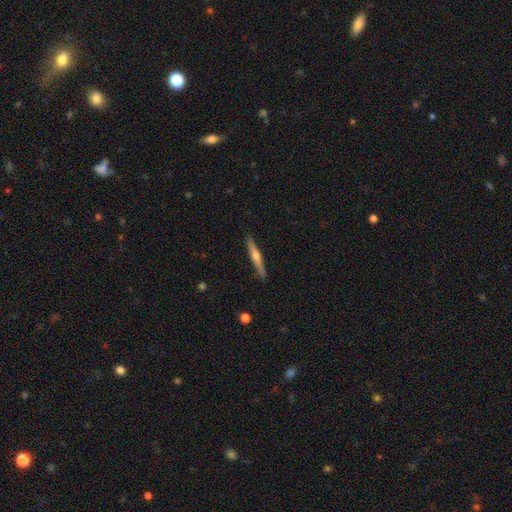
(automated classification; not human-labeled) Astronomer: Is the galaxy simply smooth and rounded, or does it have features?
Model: featured or disk — 64%.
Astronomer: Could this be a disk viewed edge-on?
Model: yes — 97%.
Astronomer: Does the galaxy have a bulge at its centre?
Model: rounded — 88%.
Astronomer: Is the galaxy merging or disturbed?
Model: none — 90%.